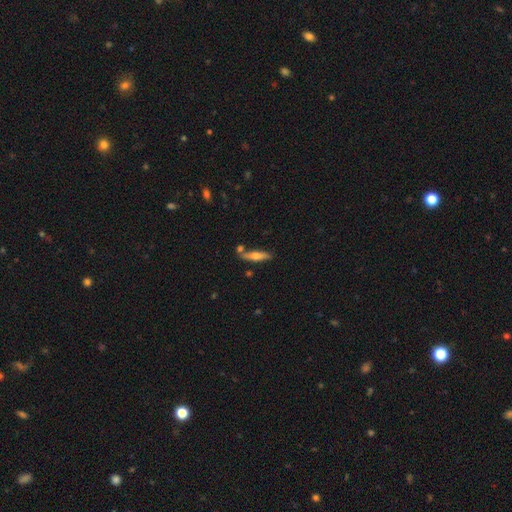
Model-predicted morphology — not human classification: This appears to be a smooth galaxy with no disk features (53%) that is cigar-shaped (81%). Merging: none (74%).